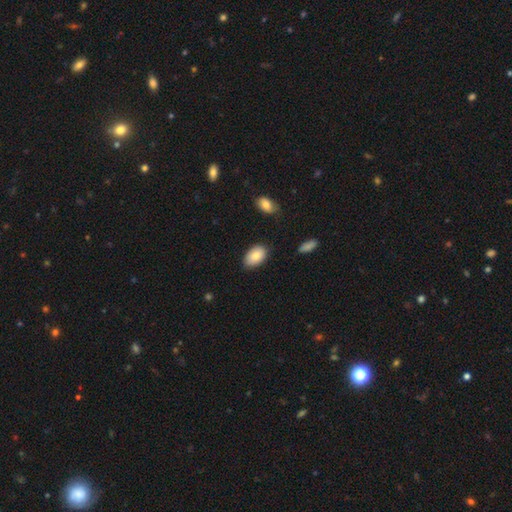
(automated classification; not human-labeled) A smooth galaxy with no disk features (83%) that is in between round and cigar-shaped (92%). Merging: none (80%).